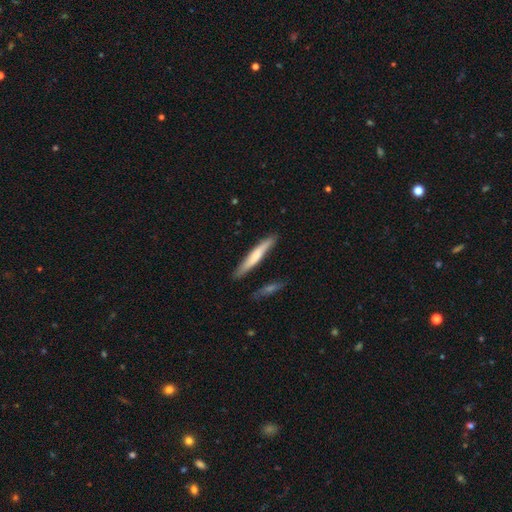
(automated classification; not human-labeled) smooth-or-featured: smooth: 62% | featured or disk: 33% | star or artifact: 5%
  how-rounded: cigar-shaped: 94% | in between: 5% | round: 1%
  merging: none: 82% | minor disturbance: 12% | merger: 3% | major disturbance: 2%